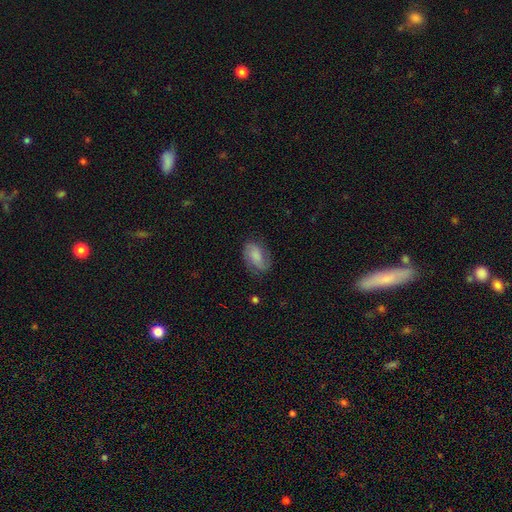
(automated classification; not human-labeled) Smooth or featured?
  - smooth: 49% *
  - featured or disk: 42%
  - star or artifact: 9%
Merging?
  - none: 68% *
  - minor disturbance: 22%
  - major disturbance: 9%
  - merger: 1%